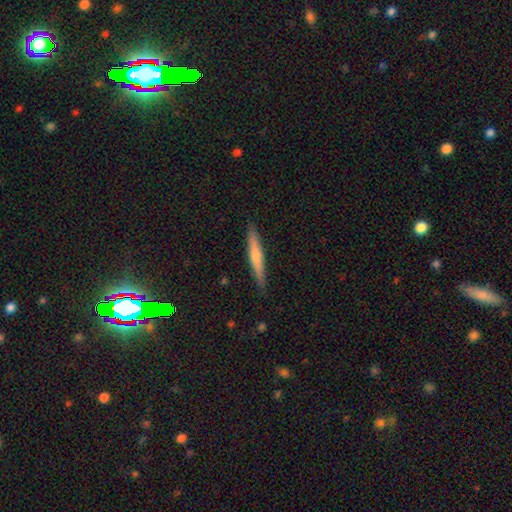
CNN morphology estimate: Smooth or featured: featured or disk — 52% (smooth — 34%)
Edge-on disk: yes — 95% (no — 5%)
Merging: none — 89% (minor disturbance — 8%)